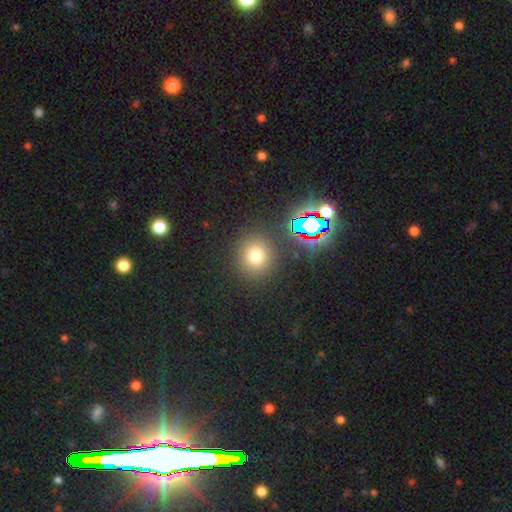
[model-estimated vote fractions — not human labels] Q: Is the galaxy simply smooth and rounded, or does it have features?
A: smooth — 71%.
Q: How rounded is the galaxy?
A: round — 88%.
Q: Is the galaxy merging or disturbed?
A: none — 87%.